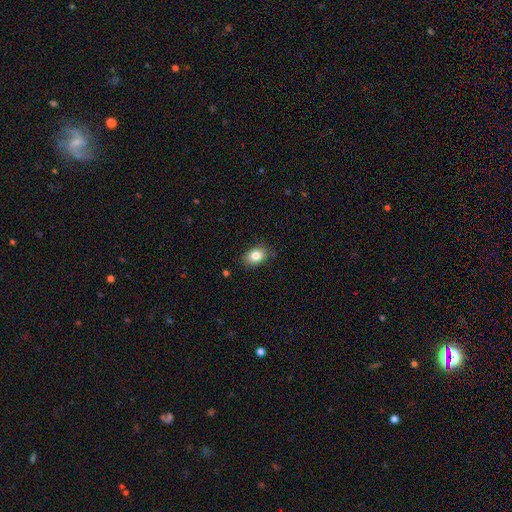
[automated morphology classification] Overall: smooth (83%). How rounded: in between (71%). Merging: none (82%).